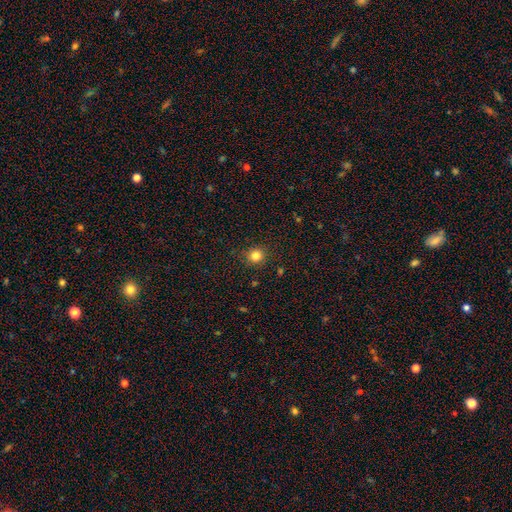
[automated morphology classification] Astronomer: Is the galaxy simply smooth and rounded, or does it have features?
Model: smooth — 82%.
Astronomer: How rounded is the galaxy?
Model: round — 91%.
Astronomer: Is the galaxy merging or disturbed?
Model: none — 90%.